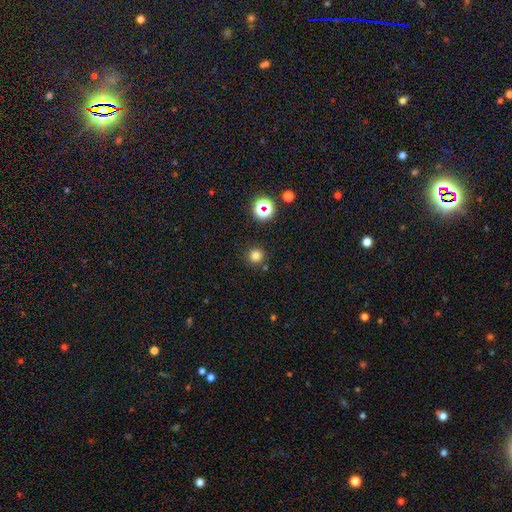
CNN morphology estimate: Smooth or featured? Predicted: smooth (p=0.77). How rounded? Predicted: round (p=0.95). Merging? Predicted: none (p=0.88).